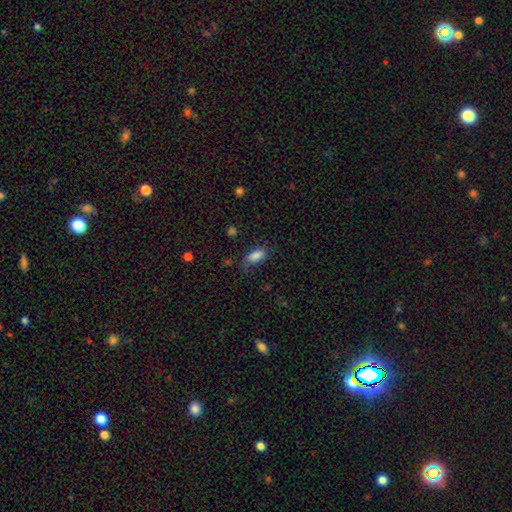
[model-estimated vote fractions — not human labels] Smooth or featured? Predicted: smooth (p=0.84). How rounded? Predicted: in between (p=0.90). Merging? Predicted: none (p=0.61).